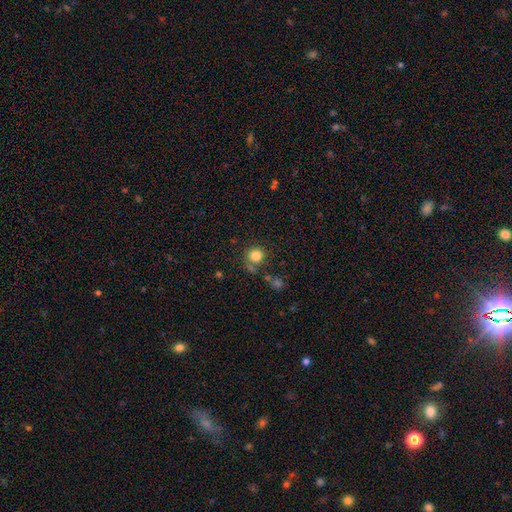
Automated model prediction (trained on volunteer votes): Morphology: type=smooth (82%); roundness=round (92%); merging=none (72%).